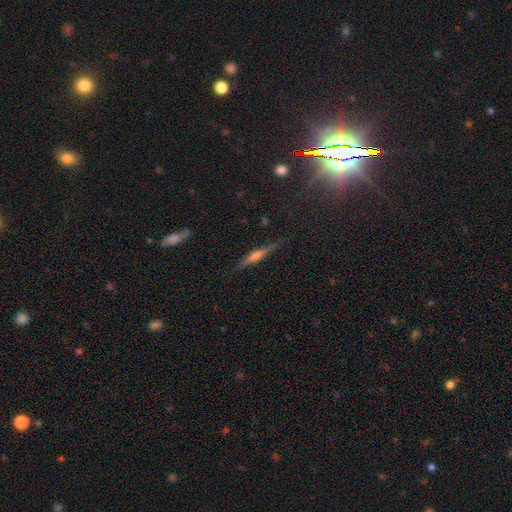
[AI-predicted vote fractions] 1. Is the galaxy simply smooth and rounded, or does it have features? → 68% featured or disk, 23% smooth, 9% star or artifact.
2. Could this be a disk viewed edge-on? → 97% yes, 3% no.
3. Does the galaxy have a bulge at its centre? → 74% rounded, 13% boxy, 13% none.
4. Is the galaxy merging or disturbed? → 86% none, 11% minor disturbance, 2% major disturbance, 2% merger.